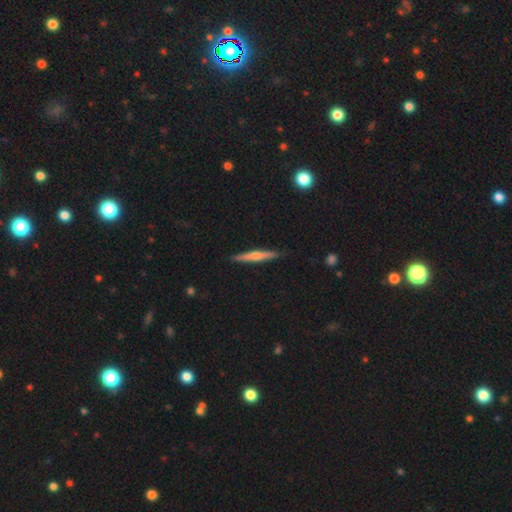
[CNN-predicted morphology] featured or disk 48%, smooth 46%, star or artifact 6%. Down the decision tree: merging — none (89%).